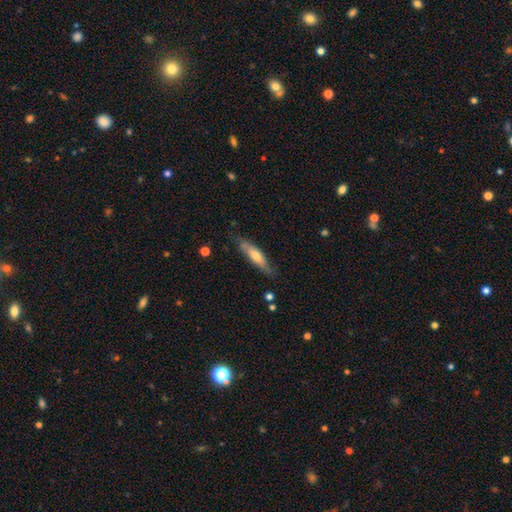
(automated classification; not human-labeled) smooth_or_featured: smooth (p=0.53) [alt: featured or disk p=0.41]
how_rounded: cigar-shaped (p=0.78) [alt: in between p=0.21]
merging: none (p=0.74) [alt: minor disturbance p=0.20]